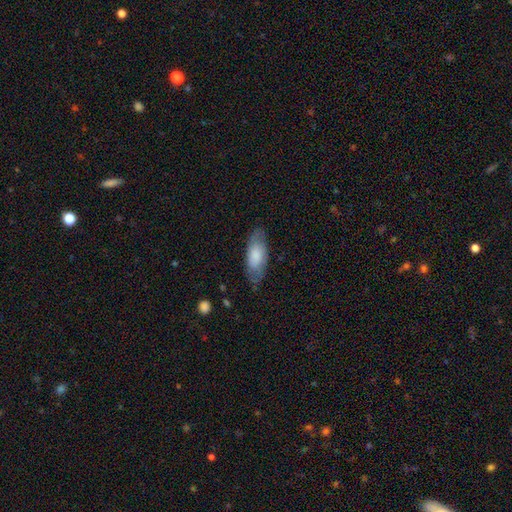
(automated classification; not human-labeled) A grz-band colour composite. It shows a smooth galaxy with no disk features (71%) that is in between round and cigar-shaped (83%). Merging: none (74%).